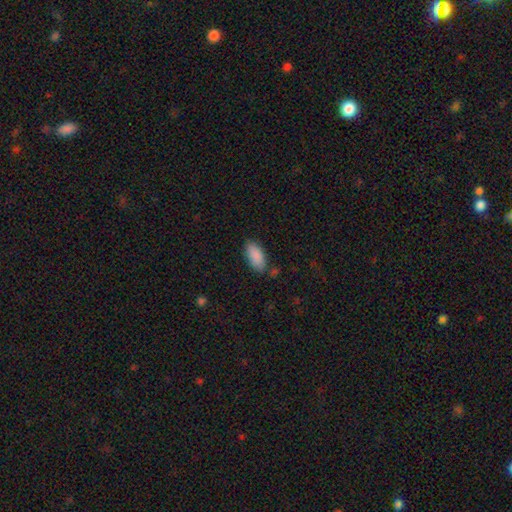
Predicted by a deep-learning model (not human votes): The model was most divided on "merging": none: 78%, minor disturbance: 15%, merger: 4%, major disturbance: 3%. More confident: how rounded — in between (90%); smooth or featured — smooth (89%).